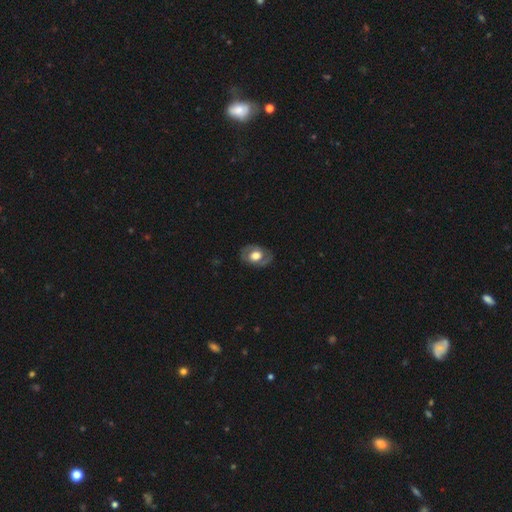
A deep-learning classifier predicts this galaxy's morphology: featured or disk 50%, smooth 43%, star or artifact 7%. Down the decision tree: edge-on disk — no (93%); merging — none (78%).